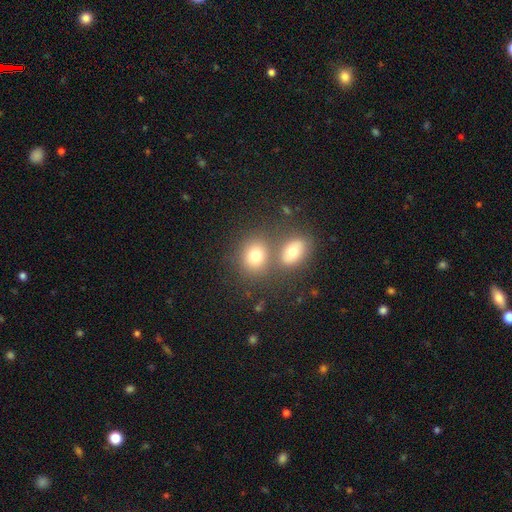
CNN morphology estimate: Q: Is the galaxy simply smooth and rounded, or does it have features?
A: smooth — 76%.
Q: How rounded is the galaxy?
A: round — 61%.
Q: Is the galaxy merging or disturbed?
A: none — 56%.